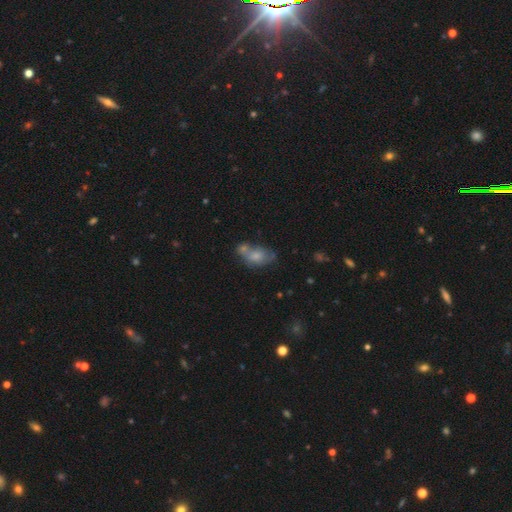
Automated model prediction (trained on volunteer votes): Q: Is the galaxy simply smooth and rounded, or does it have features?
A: smooth — 63%.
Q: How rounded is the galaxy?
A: in between — 84%.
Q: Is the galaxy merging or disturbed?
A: merger — 41%.